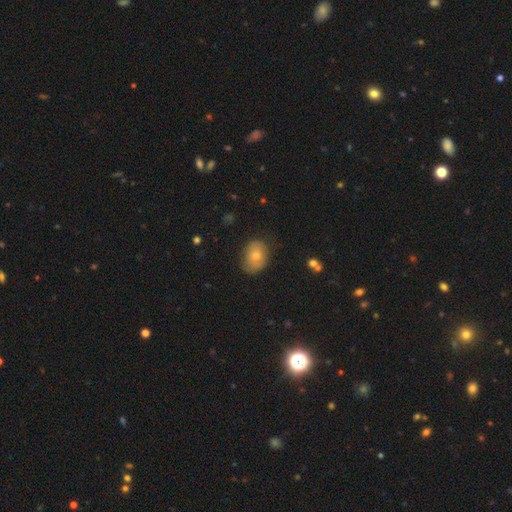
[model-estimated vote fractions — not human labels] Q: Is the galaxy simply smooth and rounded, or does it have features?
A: smooth — 73%.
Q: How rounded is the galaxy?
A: in between — 69%.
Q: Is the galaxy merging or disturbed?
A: none — 70%.